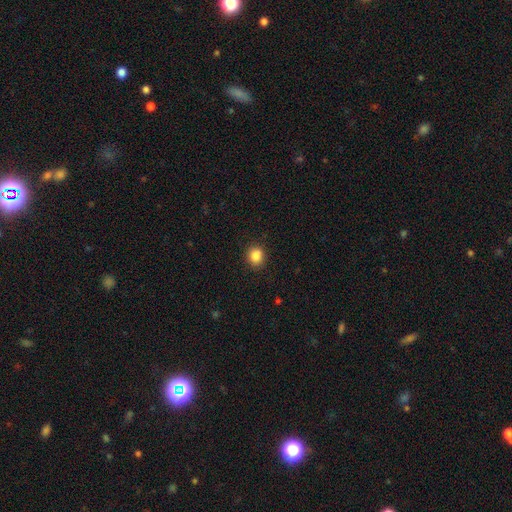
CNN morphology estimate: Smooth or featured: smooth — 87% (star or artifact — 10%)
How rounded: round — 76% (in between — 23%)
Merging: none — 89% (minor disturbance — 8%)